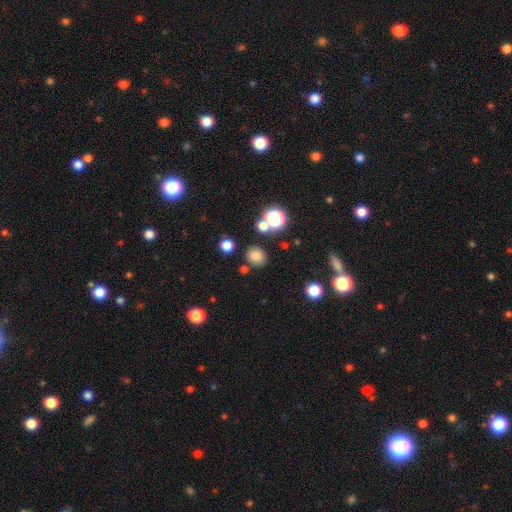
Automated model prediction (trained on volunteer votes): The model was most divided on "how rounded": round: 70%, in between: 29%, cigar-shaped: 1%. More confident: merging — none (80%); smooth or featured — smooth (75%).